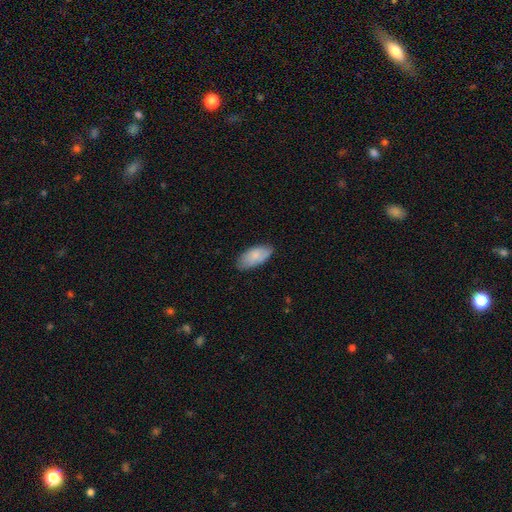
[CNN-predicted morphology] A smooth galaxy with no disk features (81%) that is in between round and cigar-shaped (93%).

Vote fractions:
- Smooth or featured? smooth: 81% / featured or disk: 13% / star or artifact: 6%
- How rounded? in between: 93% / cigar-shaped: 5% / round: 2%
- Merging? none: 74% / minor disturbance: 22% / major disturbance: 3% / merger: 1%